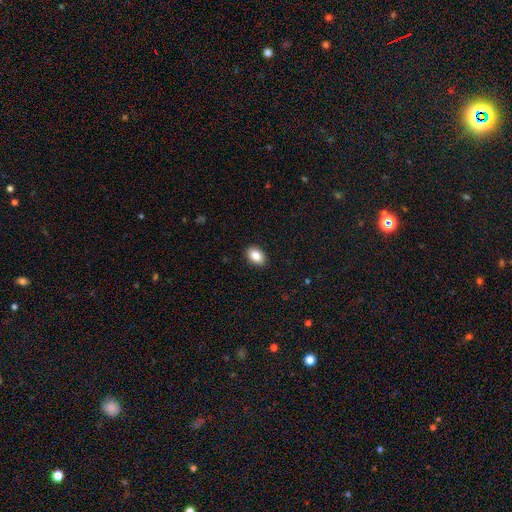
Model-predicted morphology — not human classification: Smooth or featured: smooth — 87% (star or artifact — 8%)
How rounded: in between — 82% (round — 17%)
Merging: none — 90% (minor disturbance — 7%)